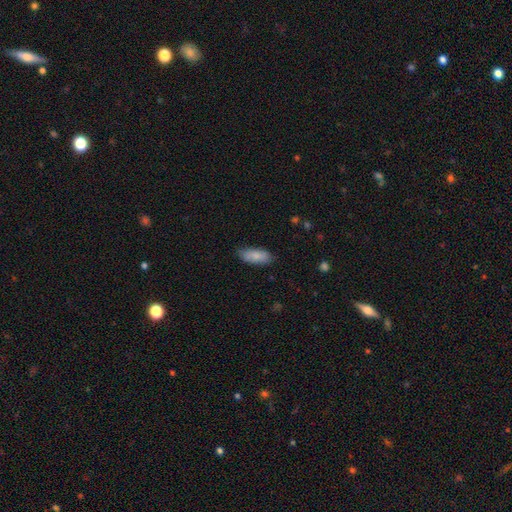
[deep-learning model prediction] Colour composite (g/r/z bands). It shows a smooth galaxy with no disk features (83%) that is in between round and cigar-shaped (82%). Merging: none (81%).